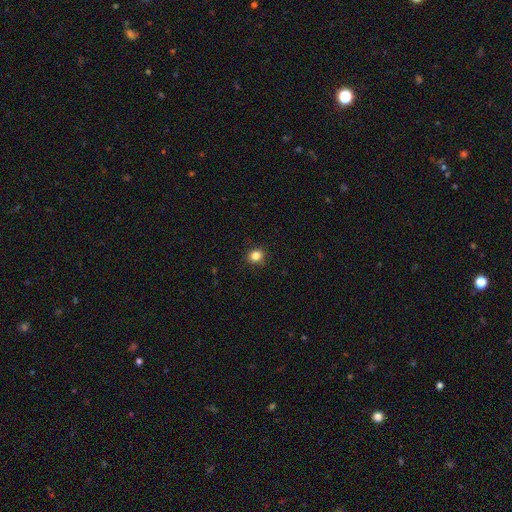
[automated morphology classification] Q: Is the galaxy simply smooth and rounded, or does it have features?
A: smooth — 84%.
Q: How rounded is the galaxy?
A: round — 83%.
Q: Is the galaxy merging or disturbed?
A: none — 90%.